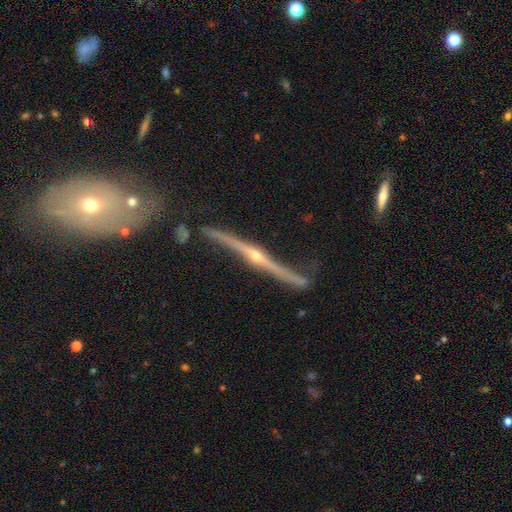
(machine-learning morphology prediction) A featured or disk galaxy (89%) viewed edge-on (93%) with a rounded central bulge (91%).

Vote fractions:
- Smooth or featured? featured or disk: 89% / smooth: 6% / star or artifact: 5%
- Edge-on disk? yes: 93% / no: 7%
- Edge-on bulge? rounded: 91% / none: 6% / boxy: 3%
- Merging? none: 72% / minor disturbance: 17% / merger: 6% / major disturbance: 5%